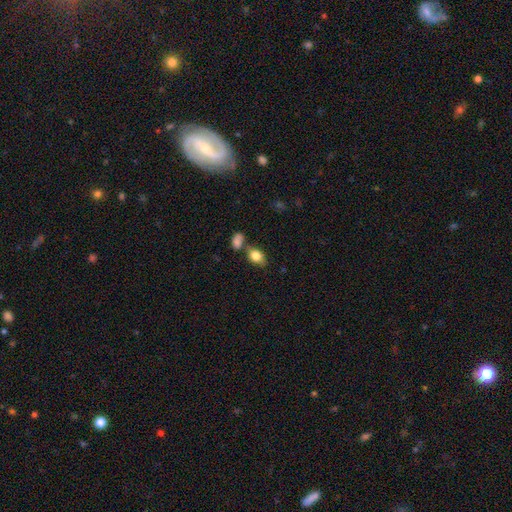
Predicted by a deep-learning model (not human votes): Overall: smooth (82%). How rounded: in between (80%). Merging: none (58%; merger 23%).